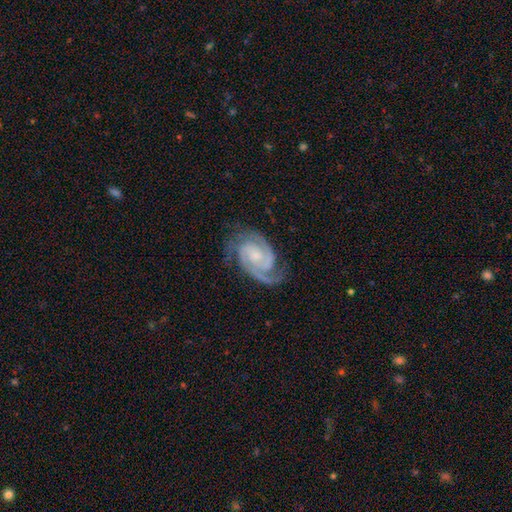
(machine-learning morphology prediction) This is clearly a featured or disk galaxy (92%). It is clearly not viewed edge-on (98%). Bar: possibly no (57%). Spiral arm pattern: clearly yes (99%). Spiral arm count: likely 2 (75%). Spiral winding: likely tight (60%). Central bulge: possibly small (53%). Merging: likely none (77%).